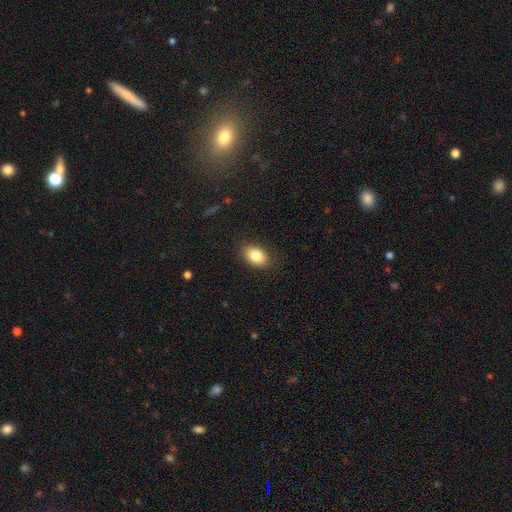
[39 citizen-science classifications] Morphology: type=smooth (79%); roundness=in between (87%); merging=none (84%).